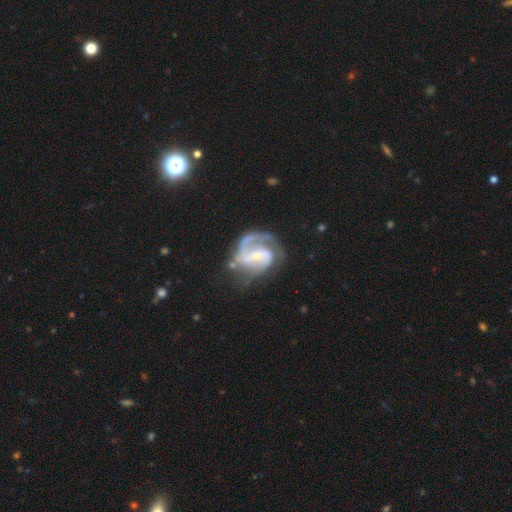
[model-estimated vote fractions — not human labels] The model was most divided on "spiral winding": medium: 50%, tight: 32%, loose: 18%. Remaining: edge-on disk — no (98%); spiral arms — yes (95%); smooth or featured — featured or disk (87%); spiral arm count — 2 (60%); bulge size — small (57%); merging — none (51%); bar — weak (49%).